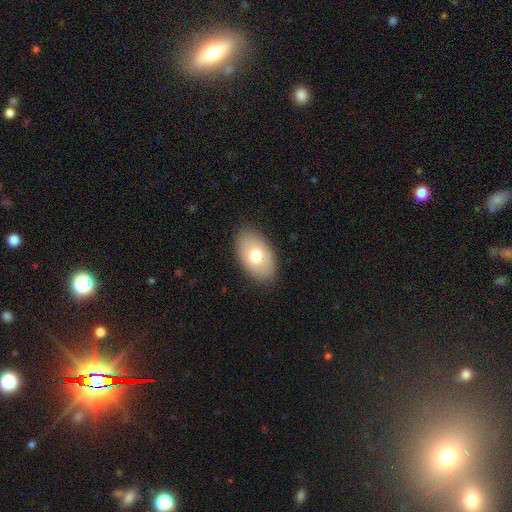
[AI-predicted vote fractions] Smooth or featured? smooth (72%)
How rounded? in between (91%)
Merging? none (87%)